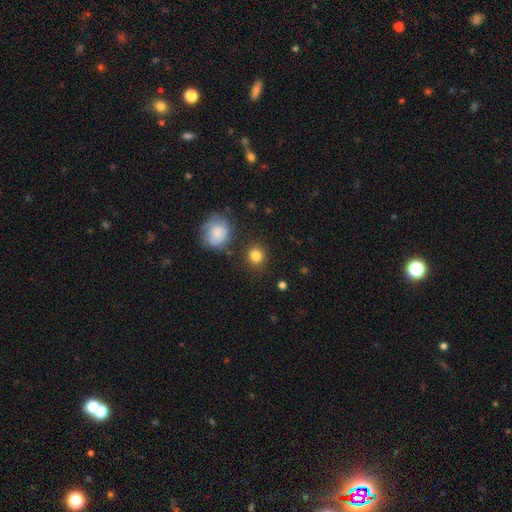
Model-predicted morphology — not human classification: This appears to be a smooth galaxy with no disk features (84%) that is round (86%). Merging: none (85%).